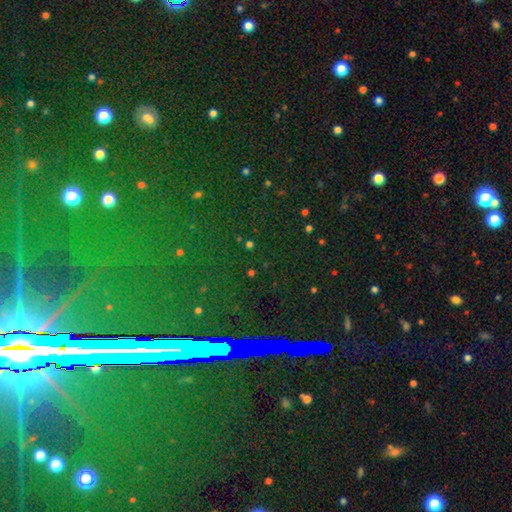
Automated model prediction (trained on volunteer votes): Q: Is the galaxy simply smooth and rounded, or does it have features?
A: star or artifact — 83%.